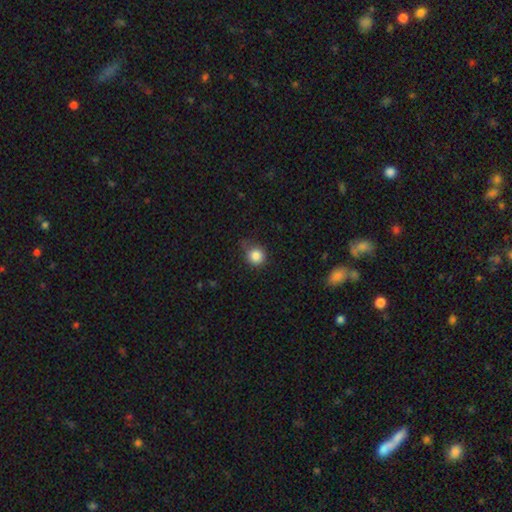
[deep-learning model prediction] A smooth galaxy with no disk features (85%) that is round (88%).

Vote fractions:
- Smooth or featured? smooth: 85% / star or artifact: 10% / featured or disk: 5%
- How rounded? round: 88% / in between: 11% / cigar-shaped: 1%
- Merging? none: 64% / minor disturbance: 28% / major disturbance: 6% / merger: 2%